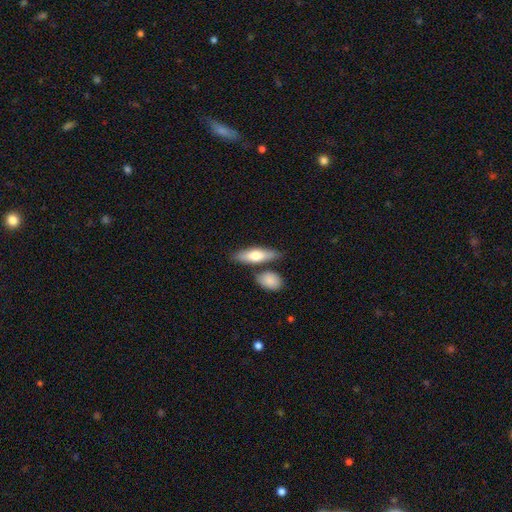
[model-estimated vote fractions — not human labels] smooth-or-featured: smooth: 68% | featured or disk: 27% | star or artifact: 5%
  how-rounded: in between: 54% | cigar-shaped: 43% | round: 3%
  merging: none: 69% | merger: 15% | minor disturbance: 13% | major disturbance: 3%